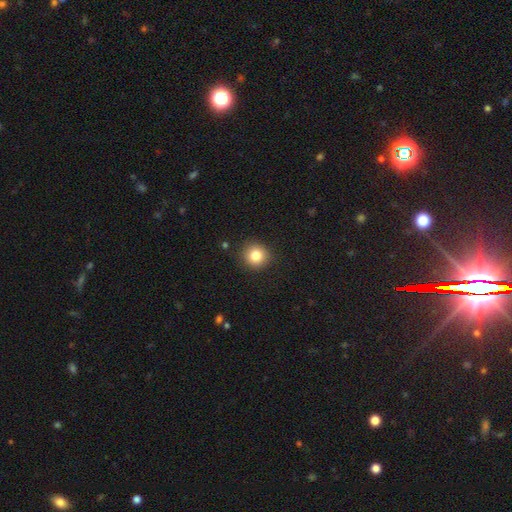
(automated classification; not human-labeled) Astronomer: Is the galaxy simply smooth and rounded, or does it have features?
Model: smooth — 82%.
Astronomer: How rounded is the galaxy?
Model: round — 91%.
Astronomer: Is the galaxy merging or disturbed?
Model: none — 90%.